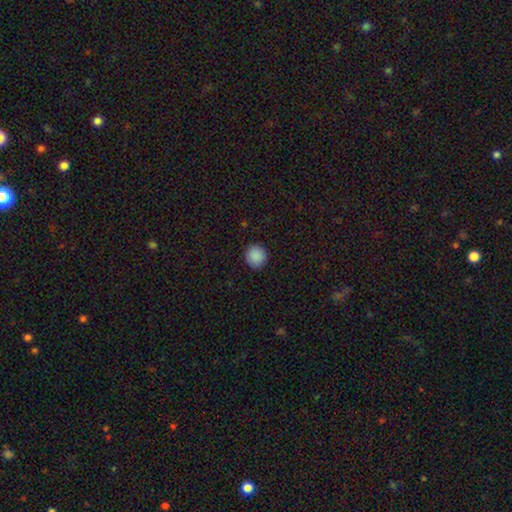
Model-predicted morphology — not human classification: The model was most divided on "smooth or featured": smooth: 89%, star or artifact: 8%, featured or disk: 2%. More confident: how rounded — round (92%); merging — none (91%).